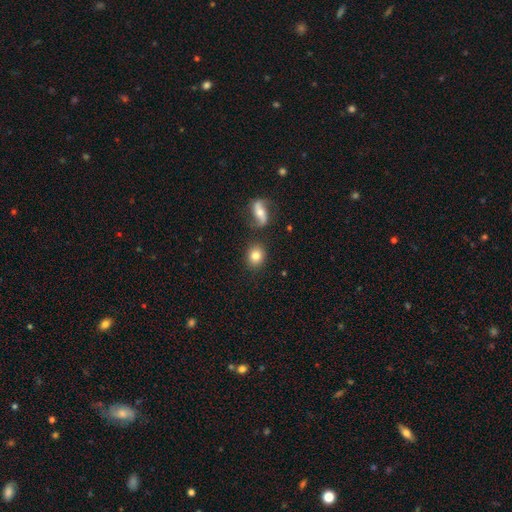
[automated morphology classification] Q: Smooth or featured?
A: smooth (81%); runner-up: featured or disk (11%)
Q: How rounded?
A: round (72%); runner-up: in between (27%)
Q: Merging?
A: none (81%); runner-up: minor disturbance (9%)